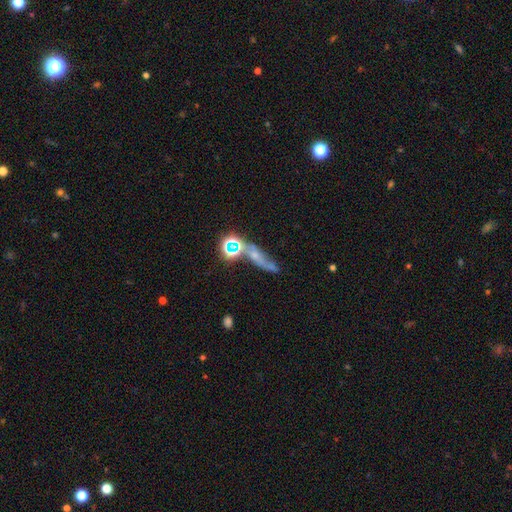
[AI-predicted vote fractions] smooth-or-featured: featured or disk: 41% | star or artifact: 30% | smooth: 29%
  merging: none: 41% | merger: 26% | major disturbance: 16% | minor disturbance: 16%